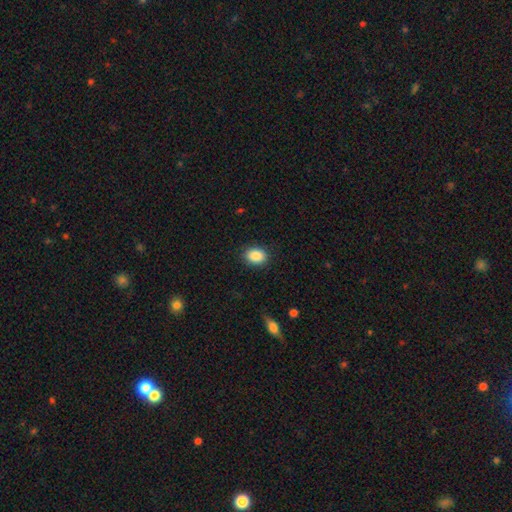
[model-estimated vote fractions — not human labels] Overall: smooth (88%). How rounded: in between (65%; round 34%). Merging: none (88%).